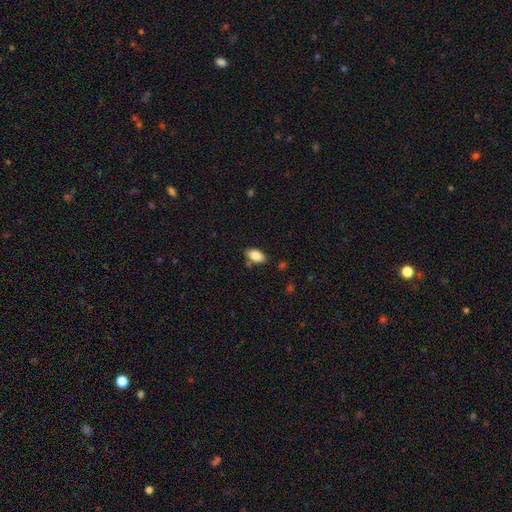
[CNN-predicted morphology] The model was most divided on "merging": none: 80%, minor disturbance: 12%, merger: 5%, major disturbance: 3%. More confident: how rounded — in between (92%); smooth or featured — smooth (84%).